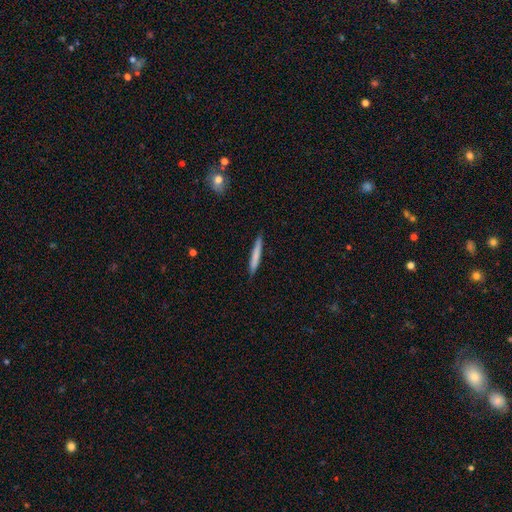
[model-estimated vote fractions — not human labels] Overall: smooth (73%). How rounded: cigar-shaped (96%). Merging: none (90%).